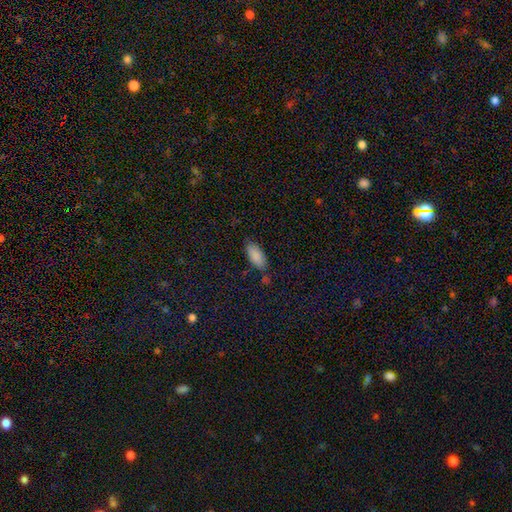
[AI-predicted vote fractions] smooth 88%, star or artifact 7%, featured or disk 5%. Down the decision tree: how rounded — in between (87%); merging — none (71%).